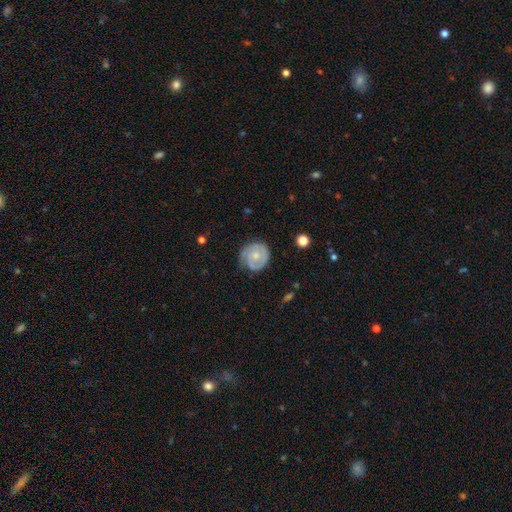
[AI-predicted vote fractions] Smooth or featured? featured or disk (64%)
Edge-on disk? no (98%)
Bar? no (78%)
Spiral arms? yes (83%)
Spiral winding? tight (64%)
Spiral arm count? 2 (45%)
Bulge size? small (48%)
Merging? none (69%)